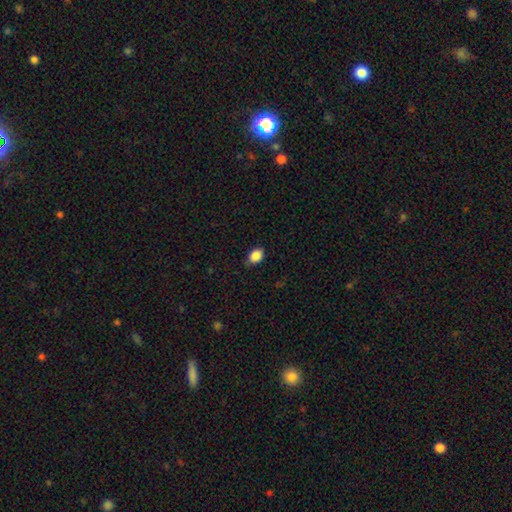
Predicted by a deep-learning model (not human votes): Smooth or featured? smooth (88%)
How rounded? in between (69%)
Merging? none (76%)